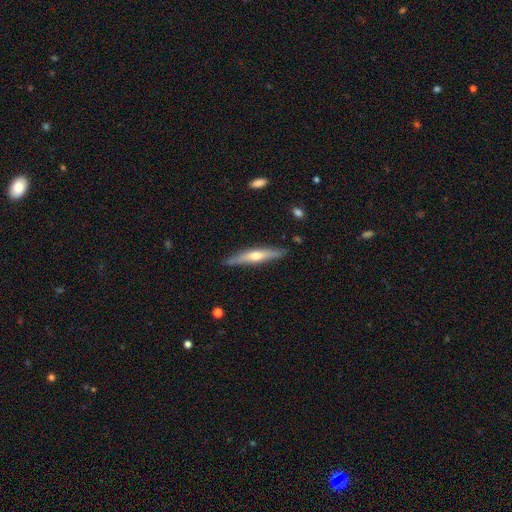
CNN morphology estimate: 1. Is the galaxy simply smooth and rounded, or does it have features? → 55% featured or disk, 39% smooth, 6% star or artifact.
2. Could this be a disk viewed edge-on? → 92% yes, 8% no.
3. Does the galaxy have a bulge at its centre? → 85% rounded, 10% none, 4% boxy.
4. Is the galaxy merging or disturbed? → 86% none, 11% minor disturbance, 2% major disturbance, 2% merger.